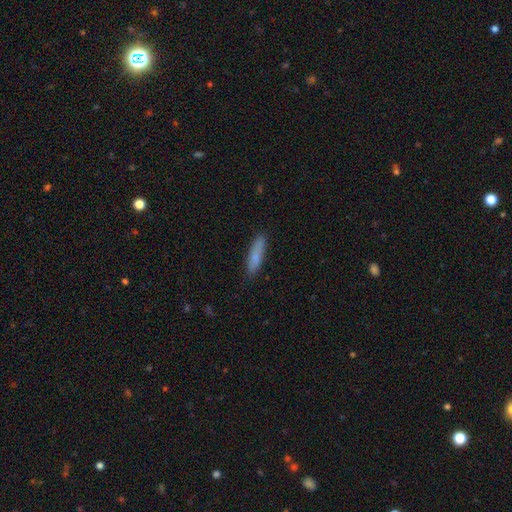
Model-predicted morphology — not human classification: smooth-or-featured: smooth: 79% | featured or disk: 14% | star or artifact: 7%
  how-rounded: cigar-shaped: 73% | in between: 25% | round: 2%
  merging: none: 85% | minor disturbance: 11% | major disturbance: 2% | merger: 1%